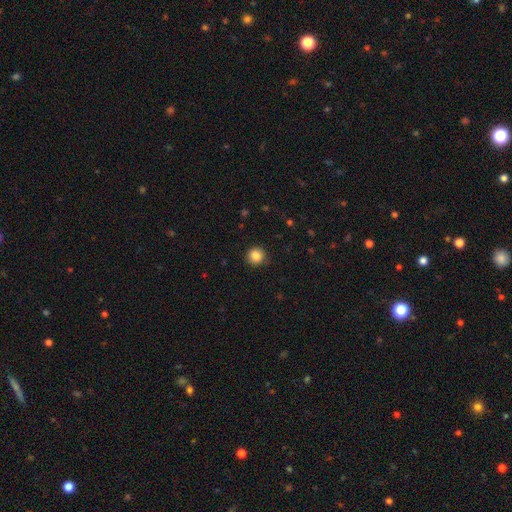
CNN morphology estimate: Overall: smooth (86%). How rounded: round (93%). Merging: none (90%).